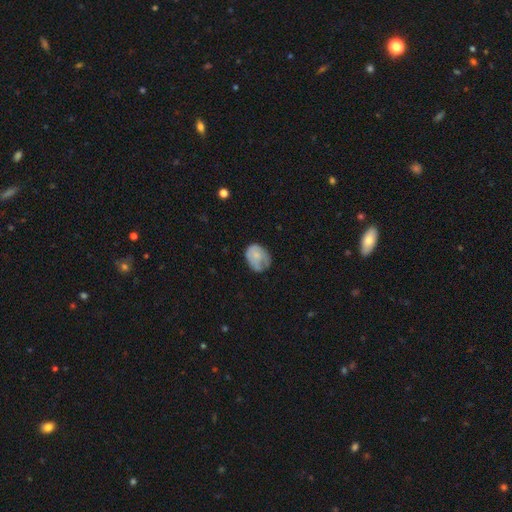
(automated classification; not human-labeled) This appears to be a smooth galaxy with no disk features (60%) that is in between round and cigar-shaped (62%). Merging: none (45%).